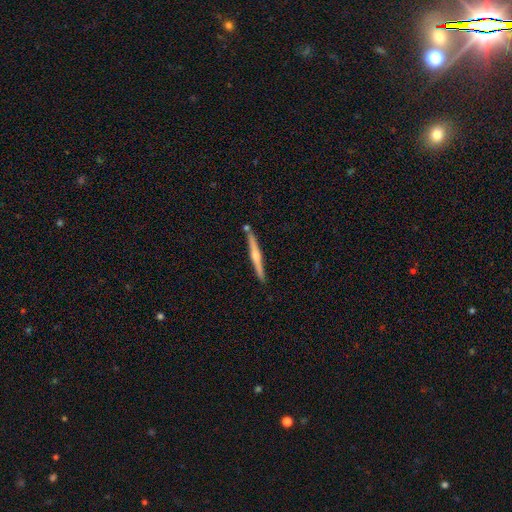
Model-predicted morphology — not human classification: This appears to be a featured or disk galaxy (65%) viewed edge-on (98%) with a rounded central bulge (79%). Merging: none (85%).